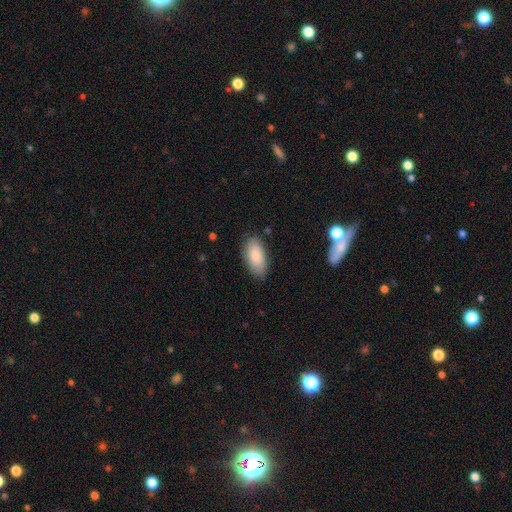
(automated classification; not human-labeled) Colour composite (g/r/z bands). It shows a smooth galaxy with no disk features (83%) that is in between round and cigar-shaped (92%). Merging: none (81%).